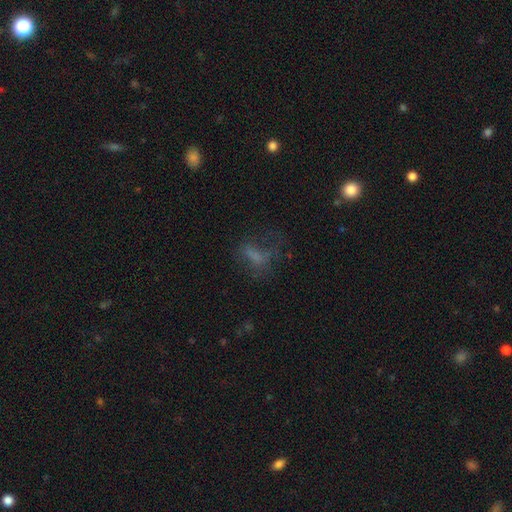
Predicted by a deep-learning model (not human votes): The model was most divided on "merging": major disturbance: 40%, none: 37%, minor disturbance: 19%, merger: 4%. Remaining: smooth or featured — smooth (49%).